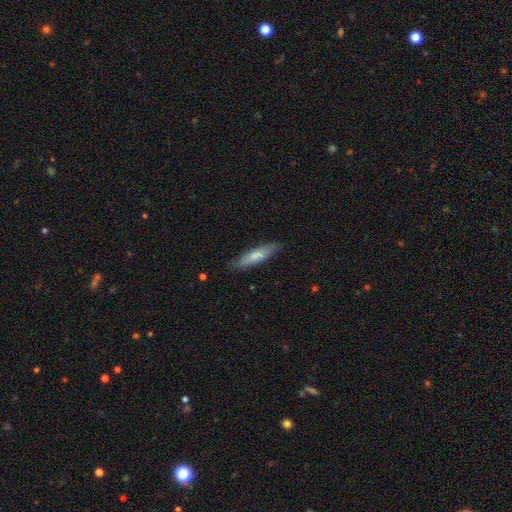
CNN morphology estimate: Overall: smooth (71%). How rounded: cigar-shaped (75%). Merging: none (84%).